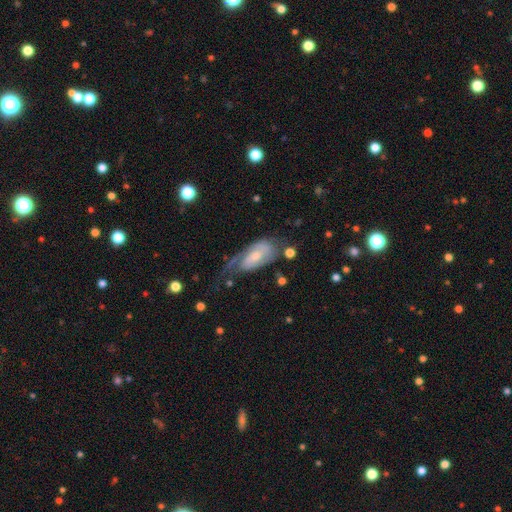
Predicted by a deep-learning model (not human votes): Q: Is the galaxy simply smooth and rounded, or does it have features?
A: featured or disk — 62%.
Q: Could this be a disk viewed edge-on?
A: no — 92%.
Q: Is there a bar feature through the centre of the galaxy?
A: no — 60%.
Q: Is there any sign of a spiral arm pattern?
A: yes — 81%.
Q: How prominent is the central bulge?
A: moderate — 46%.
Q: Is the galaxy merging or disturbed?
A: major disturbance — 35%.